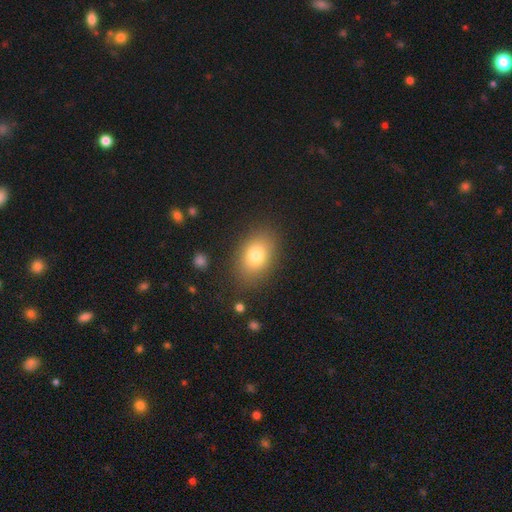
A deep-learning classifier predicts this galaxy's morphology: This appears to be a smooth galaxy with no disk features (77%) that is in between round and cigar-shaped (78%). Merging: none (83%).